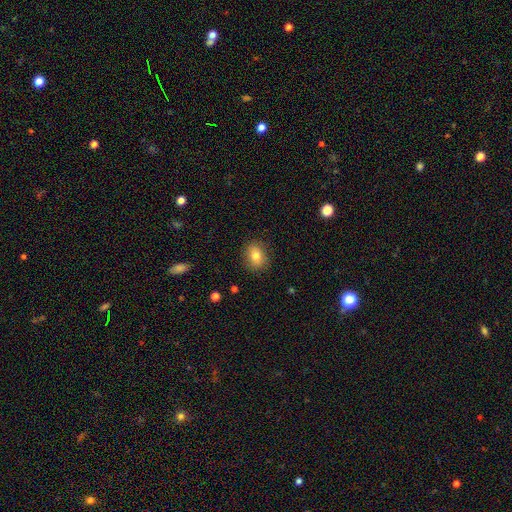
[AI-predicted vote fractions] Overall: smooth (78%). How rounded: round (51%; in between 48%). Merging: none (86%).